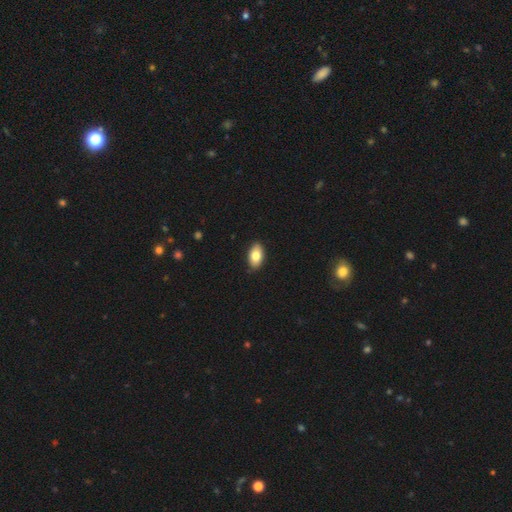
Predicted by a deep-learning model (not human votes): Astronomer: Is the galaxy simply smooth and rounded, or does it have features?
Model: smooth — 80%.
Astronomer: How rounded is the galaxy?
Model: in between — 92%.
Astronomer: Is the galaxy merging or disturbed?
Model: none — 88%.